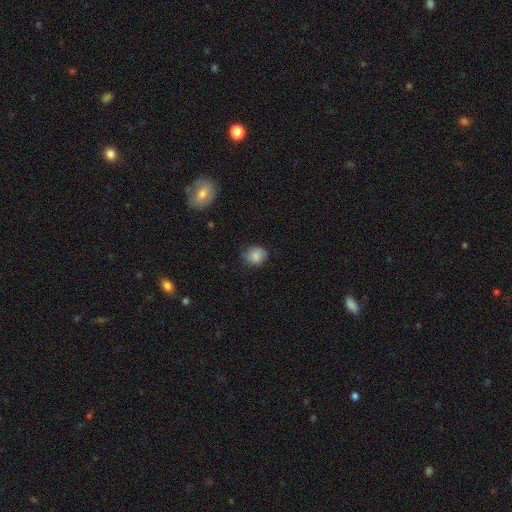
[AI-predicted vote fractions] smooth-or-featured: smooth: 83% | featured or disk: 9% | star or artifact: 8%
  how-rounded: round: 69% | in between: 30% | cigar-shaped: 1%
  merging: none: 73% | minor disturbance: 21% | major disturbance: 4% | merger: 1%